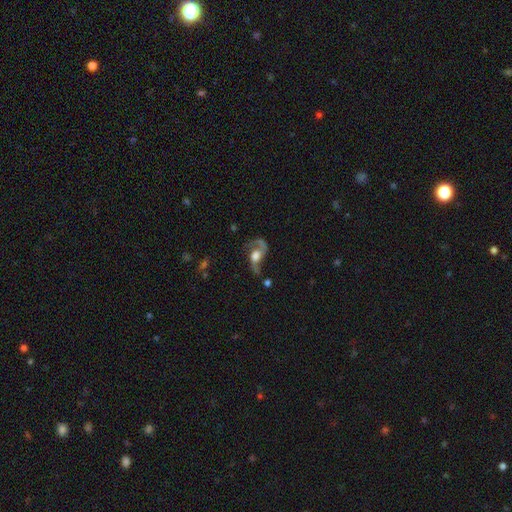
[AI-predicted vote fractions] Q: Smooth or featured?
A: featured or disk (76%); runner-up: smooth (17%)
Q: Edge-on disk?
A: no (95%); runner-up: yes (5%)
Q: Bar?
A: no (64%); runner-up: weak (28%)
Q: Spiral arms?
A: yes (89%); runner-up: no (11%)
Q: Spiral winding?
A: loose (67%); runner-up: medium (28%)
Q: Spiral arm count?
A: 2 (80%); runner-up: 1 (14%)
Q: Bulge size?
A: large (52%); runner-up: moderate (29%)
Q: Merging?
A: none (40%); runner-up: major disturbance (36%)